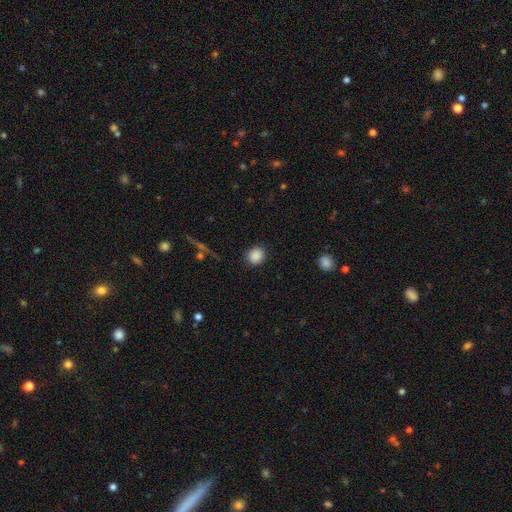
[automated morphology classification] Overall: smooth (88%). How rounded: round (82%). Merging: none (89%).